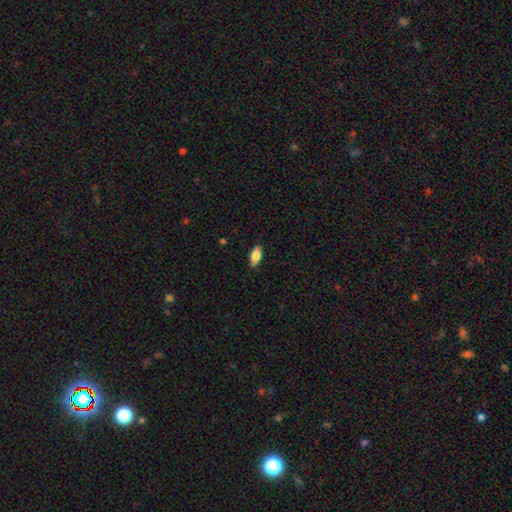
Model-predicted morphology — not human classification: A smooth galaxy with no disk features (83%) that is in between round and cigar-shaped (90%).

Vote fractions:
- Smooth or featured? smooth: 83% / featured or disk: 10% / star or artifact: 7%
- How rounded? in between: 90% / cigar-shaped: 7% / round: 3%
- Merging? none: 87% / minor disturbance: 10% / major disturbance: 2% / merger: 1%